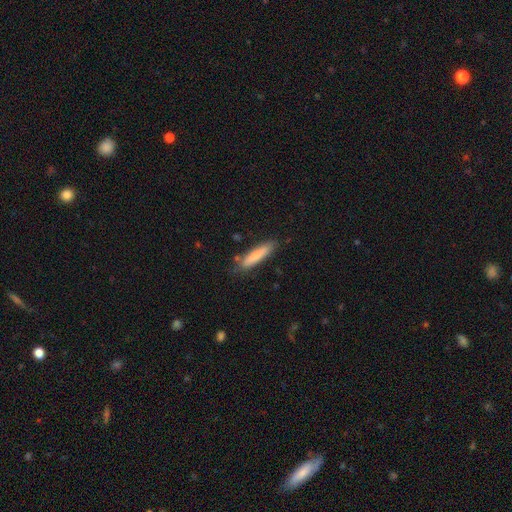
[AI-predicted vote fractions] smooth_or_featured: smooth (p=0.79) [alt: featured or disk p=0.16]
how_rounded: cigar-shaped (p=0.84) [alt: in between p=0.15]
merging: none (p=0.79) [alt: minor disturbance p=0.15]